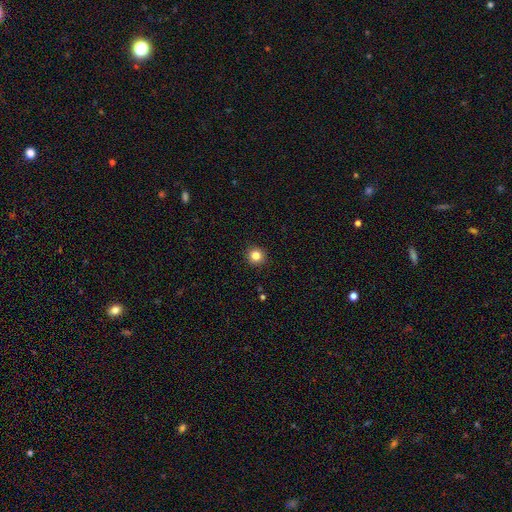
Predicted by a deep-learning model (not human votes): Q: Smooth or featured?
A: smooth (83%); runner-up: star or artifact (11%)
Q: How rounded?
A: round (94%); runner-up: in between (5%)
Q: Merging?
A: none (93%); runner-up: minor disturbance (5%)